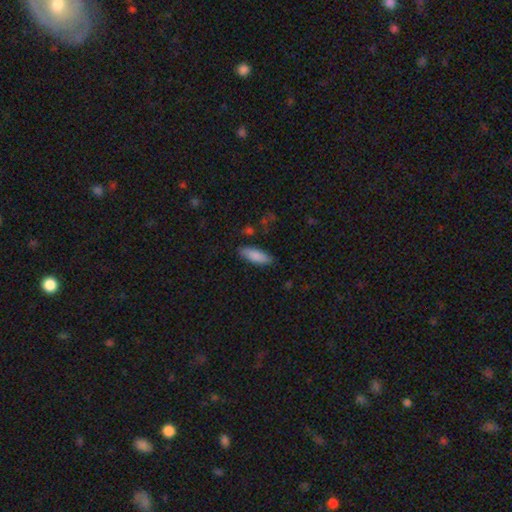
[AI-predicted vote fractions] A smooth galaxy with no disk features (86%) that is in between round and cigar-shaped (65%).

Vote fractions:
- Smooth or featured? smooth: 86% / featured or disk: 8% / star or artifact: 6%
- How rounded? in between: 65% / cigar-shaped: 33% / round: 2%
- Merging? none: 83% / minor disturbance: 12% / major disturbance: 3% / merger: 2%